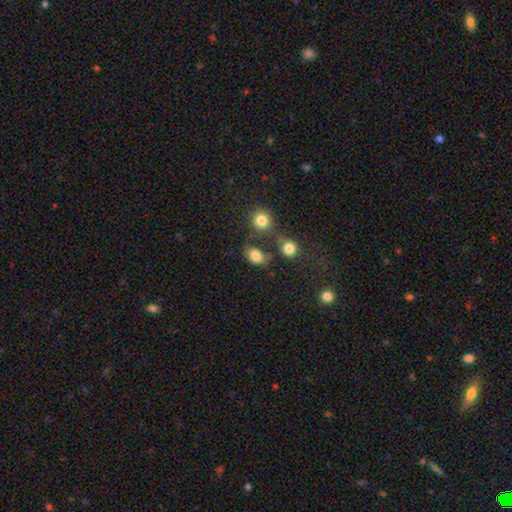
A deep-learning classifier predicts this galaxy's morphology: This is clearly a smooth galaxy (82%). How rounded: likely in between (71%). Merging: likely none (61%).